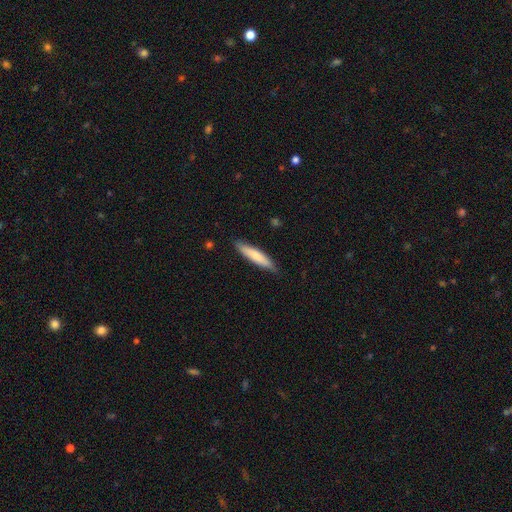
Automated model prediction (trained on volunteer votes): Smooth or featured? smooth (75%)
How rounded? cigar-shaped (84%)
Merging? none (84%)